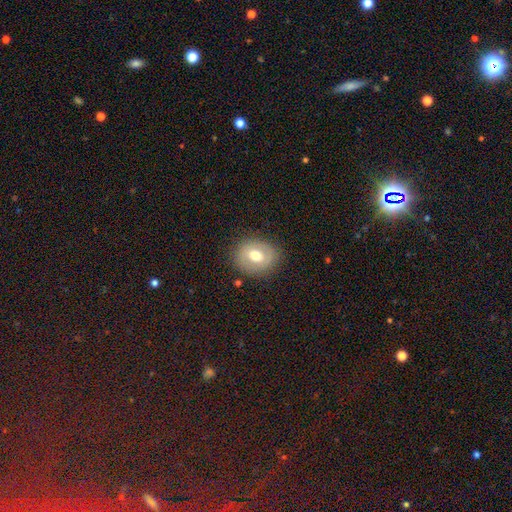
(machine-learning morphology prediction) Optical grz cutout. It shows a smooth galaxy with no disk features (57%) that is round (63%). Merging: none (83%).